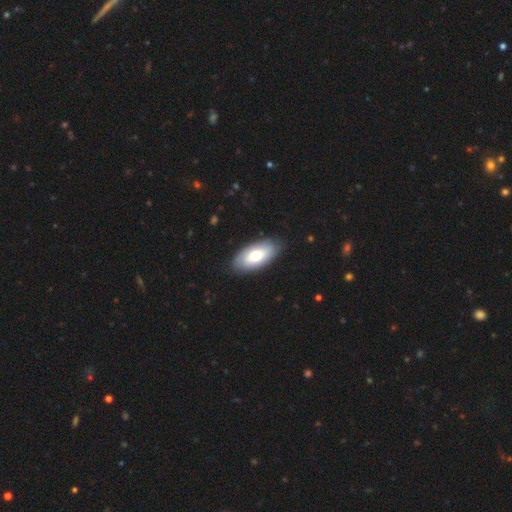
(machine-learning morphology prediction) This is likely a smooth galaxy (69%). How rounded: clearly in between (92%). Merging: clearly none (85%).